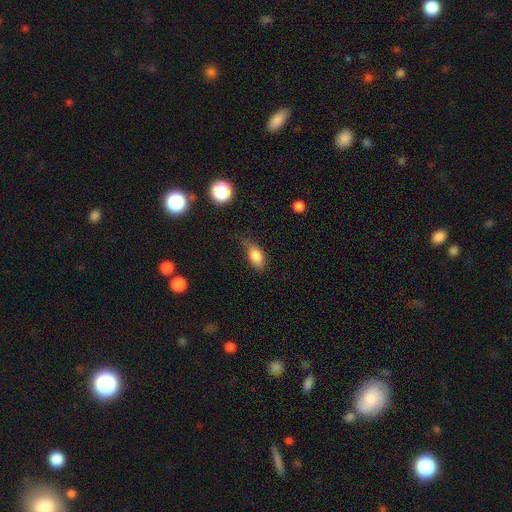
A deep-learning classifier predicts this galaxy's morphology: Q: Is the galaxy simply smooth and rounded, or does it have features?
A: smooth — 78%.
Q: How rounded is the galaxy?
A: in between — 84%.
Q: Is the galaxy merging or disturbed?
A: none — 40%.